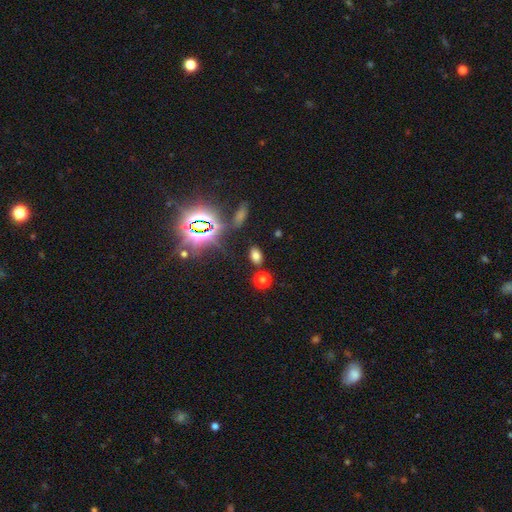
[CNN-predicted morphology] A smooth galaxy with no disk features (64%) that is in between round and cigar-shaped (84%). Merging: none (82%).